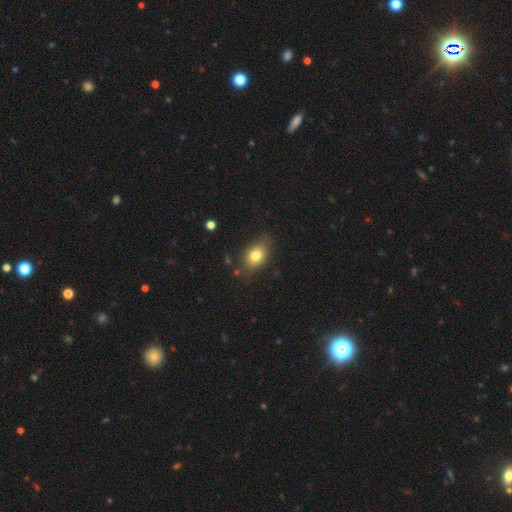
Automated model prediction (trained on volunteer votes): A smooth galaxy with no disk features (78%) that is in between round and cigar-shaped (76%).

Vote fractions:
- Smooth or featured? smooth: 78% / featured or disk: 13% / star or artifact: 9%
- How rounded? in between: 76% / round: 22% / cigar-shaped: 2%
- Merging? none: 73% / minor disturbance: 20% / major disturbance: 5% / merger: 2%